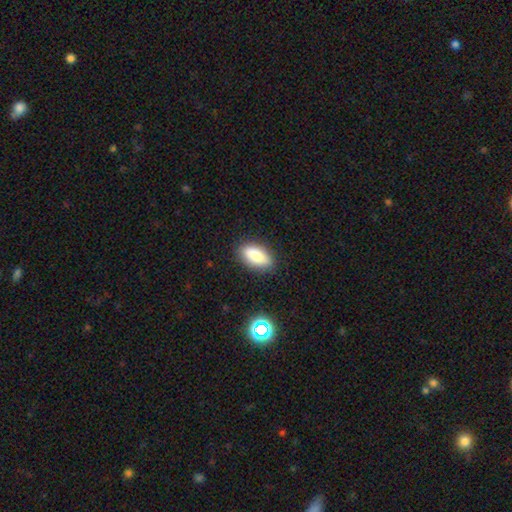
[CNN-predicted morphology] smooth_or_featured: smooth (p=0.85) [alt: star or artifact p=0.08]
how_rounded: in between (p=0.87) [alt: cigar-shaped p=0.10]
merging: none (p=0.86) [alt: minor disturbance p=0.10]